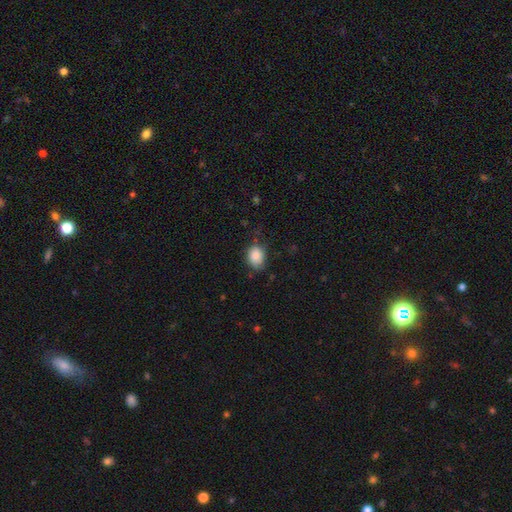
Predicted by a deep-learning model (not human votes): A smooth galaxy with no disk features (85%) that is in between round and cigar-shaped (60%). Merging: none (63%).